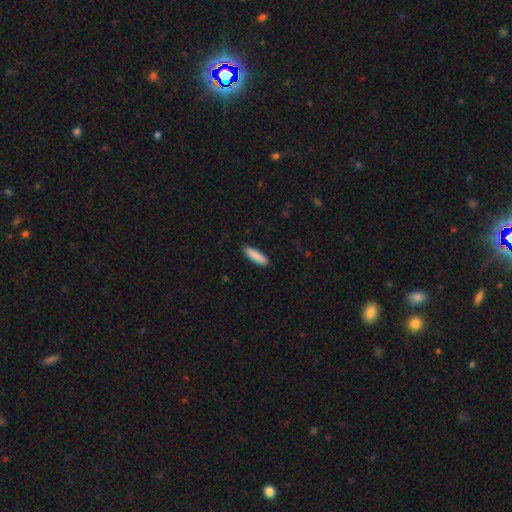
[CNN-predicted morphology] smooth-or-featured: smooth: 89% | star or artifact: 6% | featured or disk: 5%
  how-rounded: cigar-shaped: 64% | in between: 34% | round: 1%
  merging: none: 89% | minor disturbance: 8% | major disturbance: 2% | merger: 1%